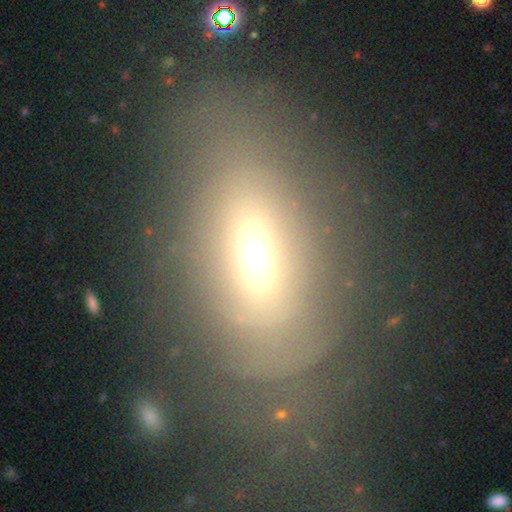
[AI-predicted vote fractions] Q: Smooth or featured?
A: smooth (58%); runner-up: featured or disk (23%)
Q: How rounded?
A: in between (76%); runner-up: round (15%)
Q: Merging?
A: none (67%); runner-up: minor disturbance (15%)